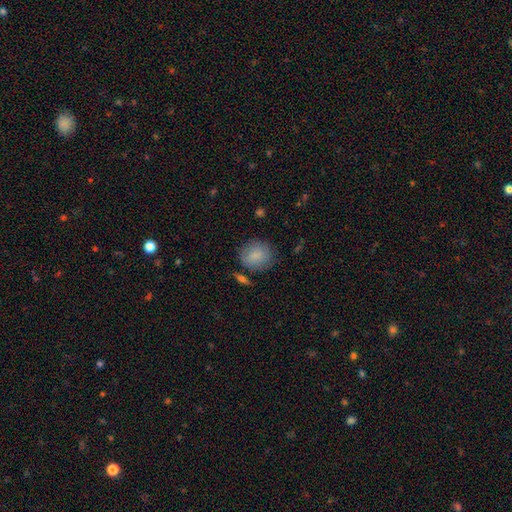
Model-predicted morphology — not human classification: A smooth galaxy with no disk features (82%) that is round (78%). Merging: none (74%).